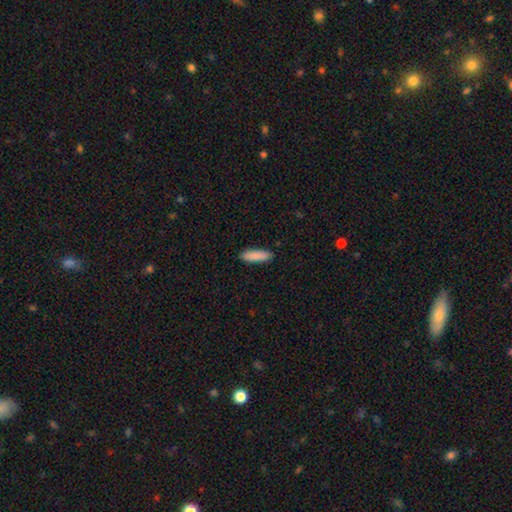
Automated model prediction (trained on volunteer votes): This is clearly a smooth galaxy (89%). How rounded: possibly cigar-shaped (59%). Merging: clearly none (89%).